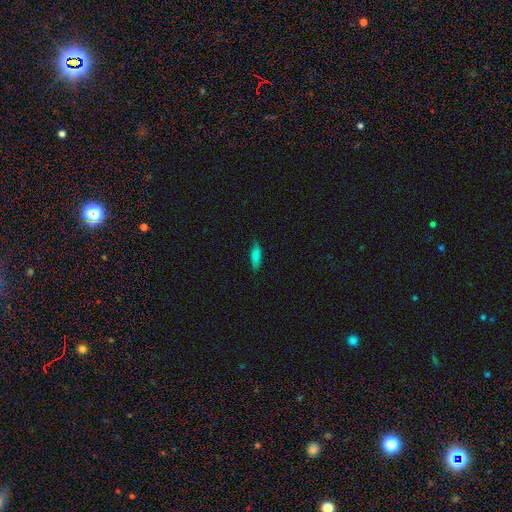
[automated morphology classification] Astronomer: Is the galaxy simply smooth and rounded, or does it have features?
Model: smooth — 79%.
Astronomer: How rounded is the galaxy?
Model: cigar-shaped — 51% (runner-up: in between, 47%).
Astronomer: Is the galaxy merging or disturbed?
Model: none — 83%.